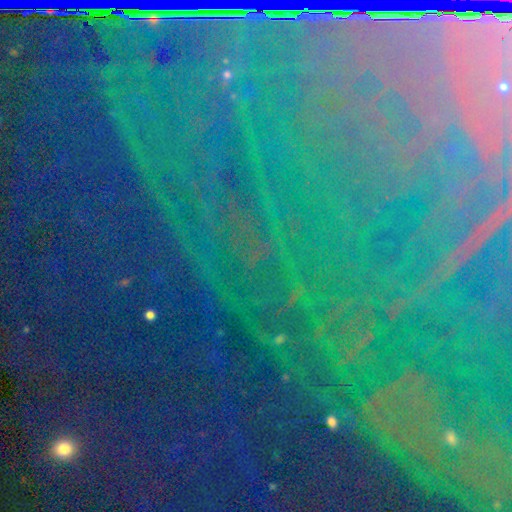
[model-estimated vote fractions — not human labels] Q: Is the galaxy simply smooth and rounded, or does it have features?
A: star or artifact — 84%.